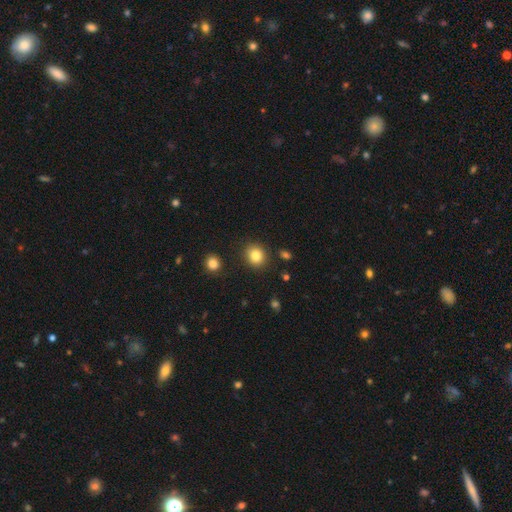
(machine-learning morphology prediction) Q: Smooth or featured?
A: smooth (83%); runner-up: star or artifact (10%)
Q: How rounded?
A: round (81%); runner-up: in between (18%)
Q: Merging?
A: none (88%); runner-up: minor disturbance (7%)